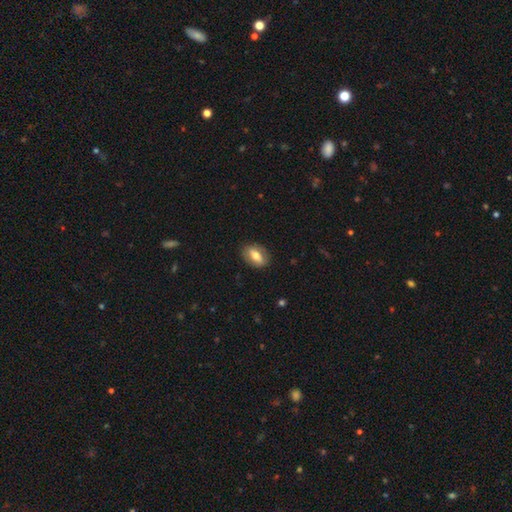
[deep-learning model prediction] smooth 60%, featured or disk 34%, star or artifact 7%. Down the decision tree: how rounded — in between (83%); merging — none (84%).